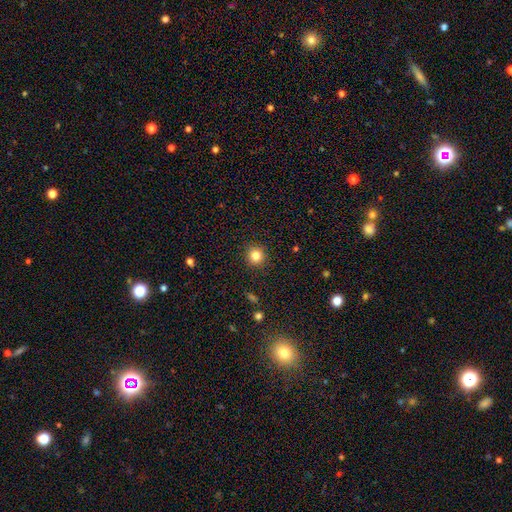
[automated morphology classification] smooth_or_featured: smooth (p=0.83) [alt: star or artifact p=0.12]
how_rounded: round (p=0.93) [alt: in between p=0.06]
merging: none (p=0.92) [alt: minor disturbance p=0.05]